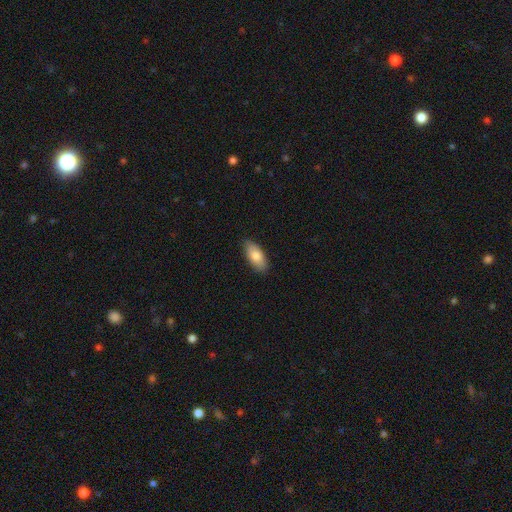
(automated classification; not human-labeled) Smooth or featured?
  - smooth: 82% *
  - featured or disk: 12%
  - star or artifact: 6%
How rounded?
  - in between: 89% *
  - cigar-shaped: 9%
  - round: 2%
Merging?
  - none: 86% *
  - minor disturbance: 11%
  - major disturbance: 2%
  - merger: 1%